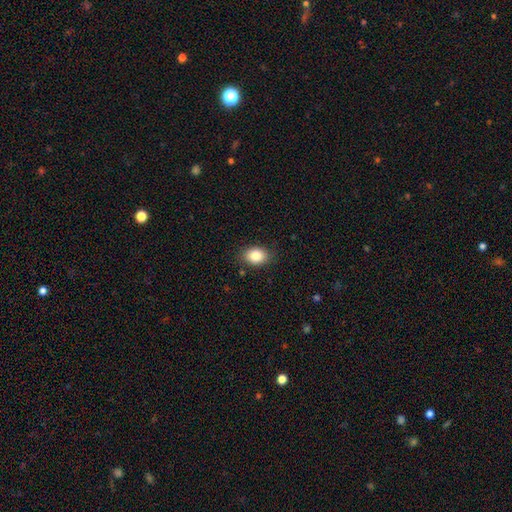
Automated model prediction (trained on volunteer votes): This appears to be a smooth galaxy with no disk features (86%) that is in between round and cigar-shaped (74%). Merging: none (84%).